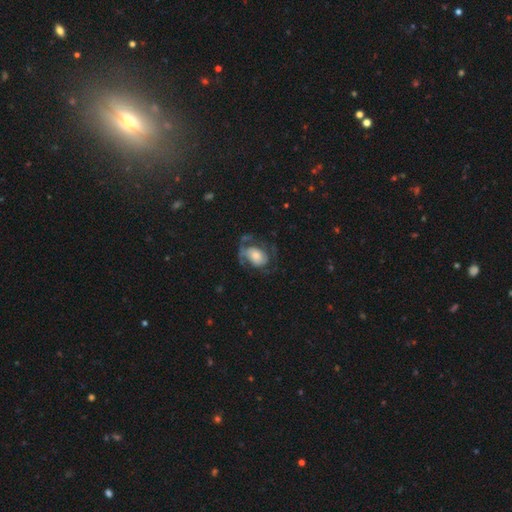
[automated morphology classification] This is likely a featured or disk galaxy (66%). It is clearly not viewed edge-on (97%). Bar: likely no (70%). Spiral arm pattern: clearly yes (84%). Spiral arm count: likely 2 (63%). Spiral winding: marginally medium (45%). Central bulge: marginally large (34%). Merging: possibly none (48%).